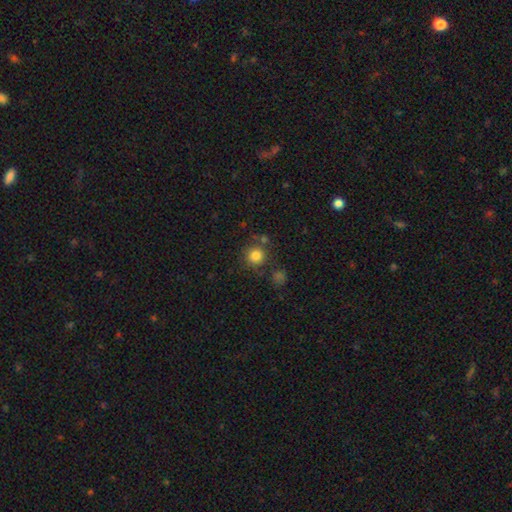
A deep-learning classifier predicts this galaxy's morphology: Q: Smooth or featured?
A: smooth (83%); runner-up: star or artifact (12%)
Q: How rounded?
A: round (93%); runner-up: in between (6%)
Q: Merging?
A: none (78%); runner-up: minor disturbance (9%)